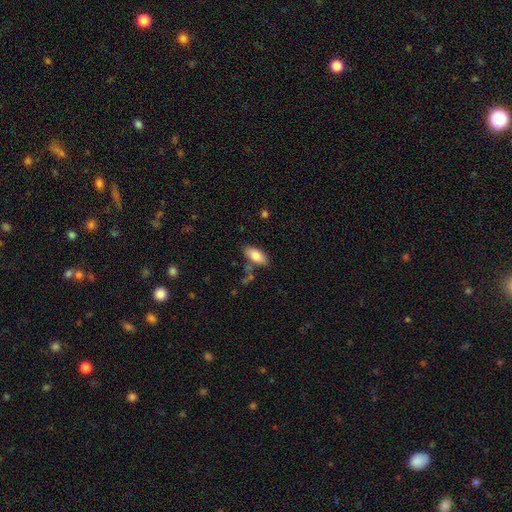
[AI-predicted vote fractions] Smooth or featured? smooth (80%)
How rounded? in between (90%)
Merging? none (76%)